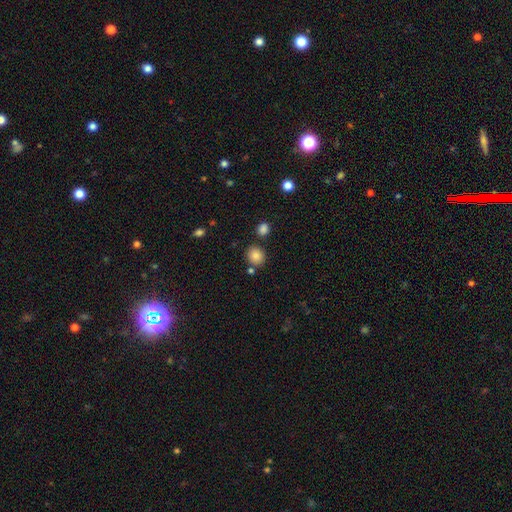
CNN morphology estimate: Smooth or featured? smooth (84%)
How rounded? round (78%)
Merging? none (78%)